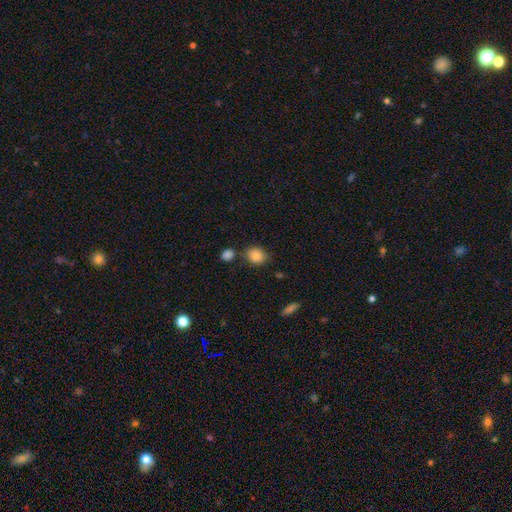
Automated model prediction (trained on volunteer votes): A smooth galaxy with no disk features (85%) that is round (57%).

Vote fractions:
- Smooth or featured? smooth: 85% / star or artifact: 9% / featured or disk: 6%
- How rounded? round: 57% / in between: 42% / cigar-shaped: 1%
- Merging? none: 74% / minor disturbance: 13% / merger: 9% / major disturbance: 3%